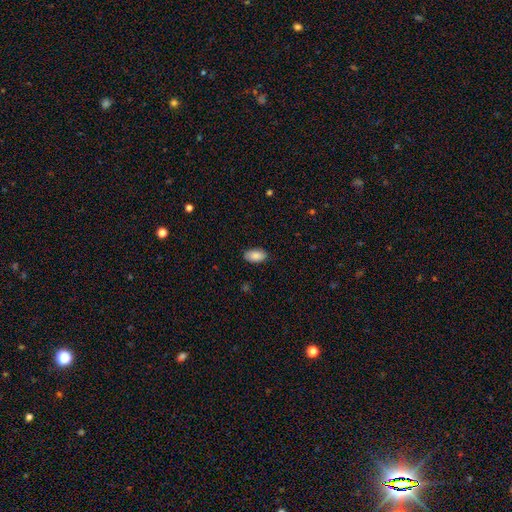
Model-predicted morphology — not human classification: Q: Smooth or featured?
A: smooth (88%); runner-up: star or artifact (7%)
Q: How rounded?
A: in between (95%); runner-up: round (3%)
Q: Merging?
A: none (87%); runner-up: minor disturbance (10%)